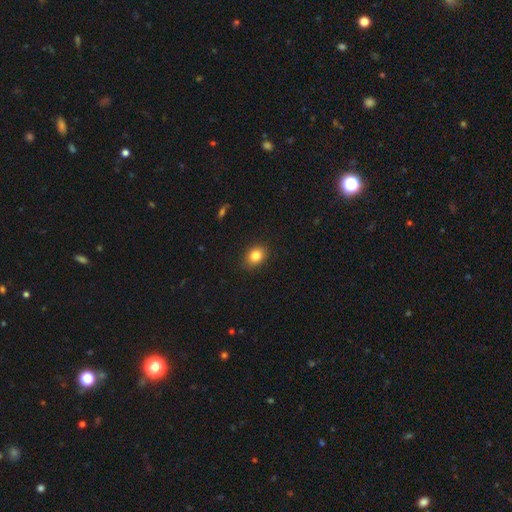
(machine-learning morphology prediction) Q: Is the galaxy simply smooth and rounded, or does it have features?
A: smooth — 83%.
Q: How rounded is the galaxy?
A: in between — 56%.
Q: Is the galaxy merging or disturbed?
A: none — 88%.